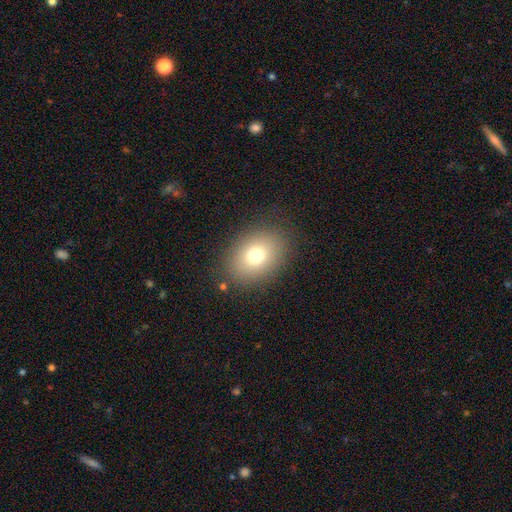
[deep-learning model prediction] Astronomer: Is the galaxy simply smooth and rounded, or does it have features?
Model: smooth — 75%.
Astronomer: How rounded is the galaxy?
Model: in between — 68%.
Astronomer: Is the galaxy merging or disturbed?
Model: none — 84%.